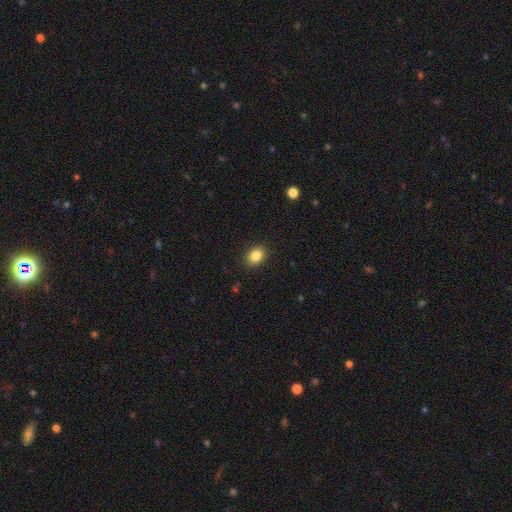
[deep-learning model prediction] Smooth or featured: smooth — 86% (star or artifact — 9%)
How rounded: in between — 62% (round — 37%)
Merging: none — 88% (minor disturbance — 9%)